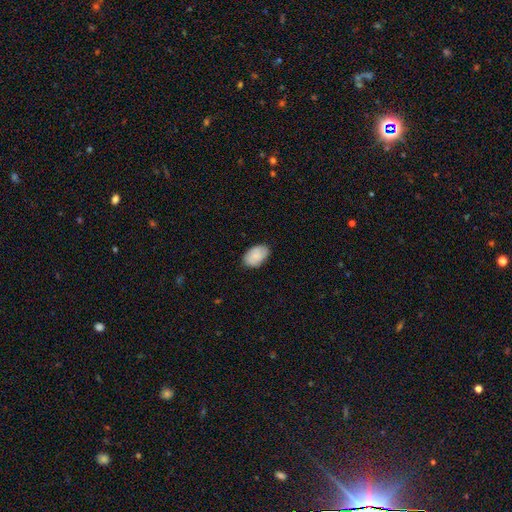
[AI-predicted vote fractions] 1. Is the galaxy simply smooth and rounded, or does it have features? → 81% smooth, 12% featured or disk, 6% star or artifact.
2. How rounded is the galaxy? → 91% in between, 8% round, 1% cigar-shaped.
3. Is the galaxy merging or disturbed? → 81% none, 16% minor disturbance, 3% major disturbance, 1% merger.